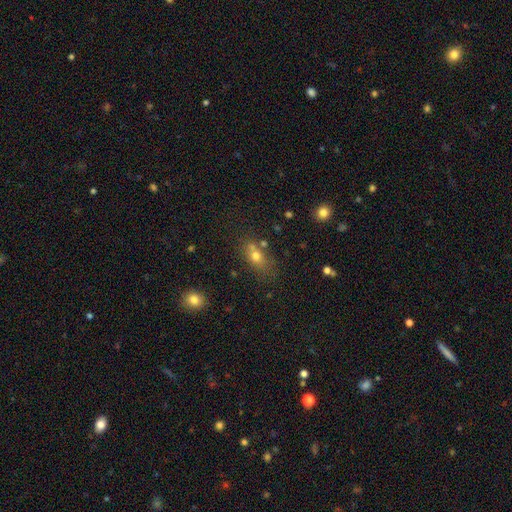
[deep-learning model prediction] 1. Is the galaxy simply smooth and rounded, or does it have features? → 70% smooth, 15% featured or disk, 15% star or artifact.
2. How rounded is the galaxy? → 64% in between, 28% round, 8% cigar-shaped.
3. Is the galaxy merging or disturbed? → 54% none, 23% merger, 16% minor disturbance, 7% major disturbance.